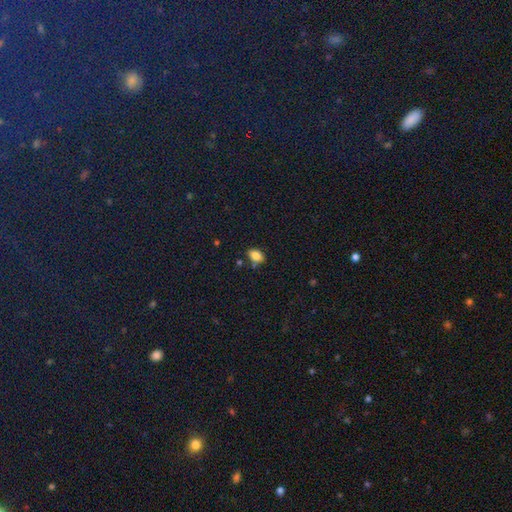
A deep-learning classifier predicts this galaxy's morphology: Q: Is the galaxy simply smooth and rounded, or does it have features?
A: smooth — 83%.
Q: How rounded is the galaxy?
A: in between — 83%.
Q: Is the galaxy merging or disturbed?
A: none — 74%.